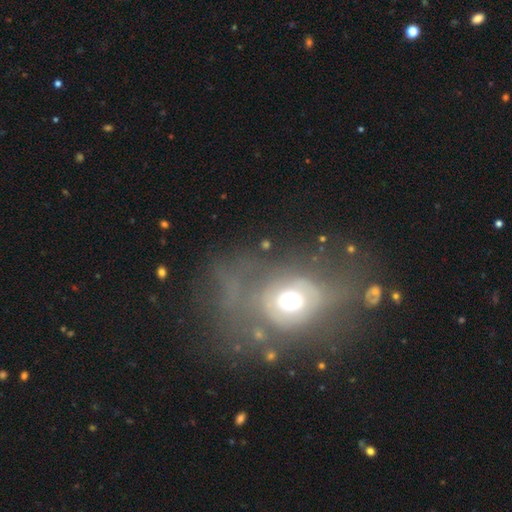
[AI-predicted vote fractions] This is marginally a featured or disk galaxy (44%). Merging: possibly none (54%).